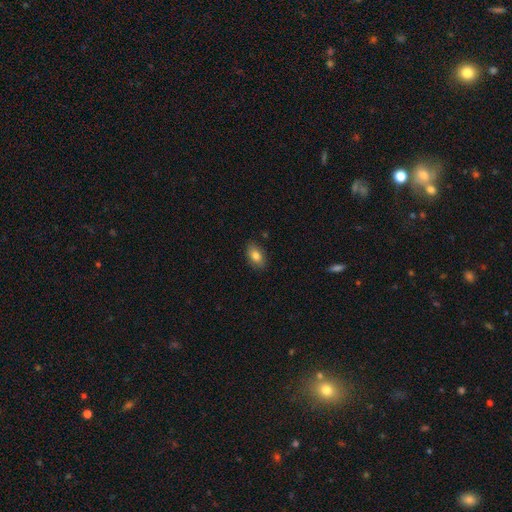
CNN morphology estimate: This appears to be a smooth galaxy with no disk features (83%) that is in between round and cigar-shaped (89%). Merging: none (85%).